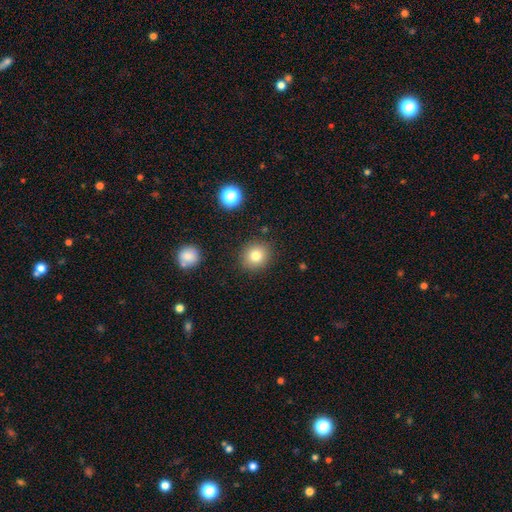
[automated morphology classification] smooth-or-featured: smooth: 80% | star or artifact: 11% | featured or disk: 9%
  how-rounded: round: 86% | in between: 13% | cigar-shaped: 1%
  merging: none: 88% | minor disturbance: 7% | major disturbance: 2% | merger: 2%